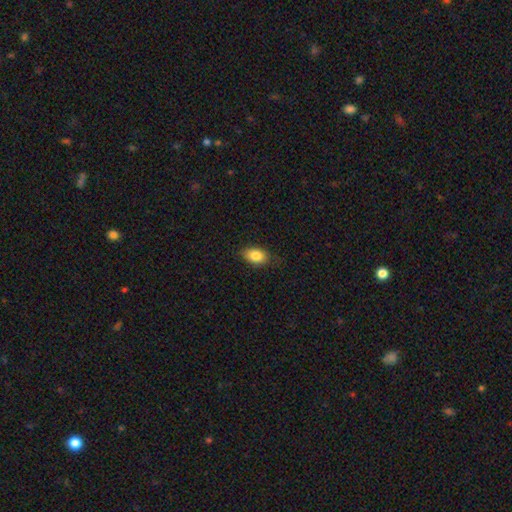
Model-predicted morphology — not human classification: Smooth or featured?
  - smooth: 84% *
  - star or artifact: 8%
  - featured or disk: 8%
How rounded?
  - in between: 87% *
  - round: 11%
  - cigar-shaped: 2%
Merging?
  - none: 81% *
  - minor disturbance: 15%
  - major disturbance: 3%
  - merger: 1%